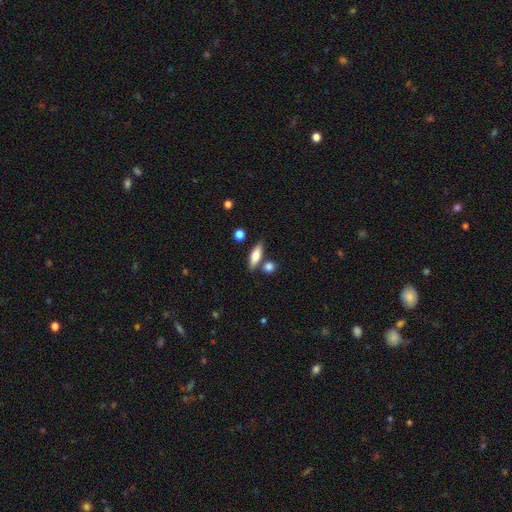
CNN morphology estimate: A smooth galaxy with no disk features (74%) that is in between round and cigar-shaped (59%).

Vote fractions:
- Smooth or featured? smooth: 74% / featured or disk: 19% / star or artifact: 7%
- How rounded? in between: 59% / cigar-shaped: 37% / round: 4%
- Merging? none: 74% / minor disturbance: 12% / merger: 11% / major disturbance: 3%